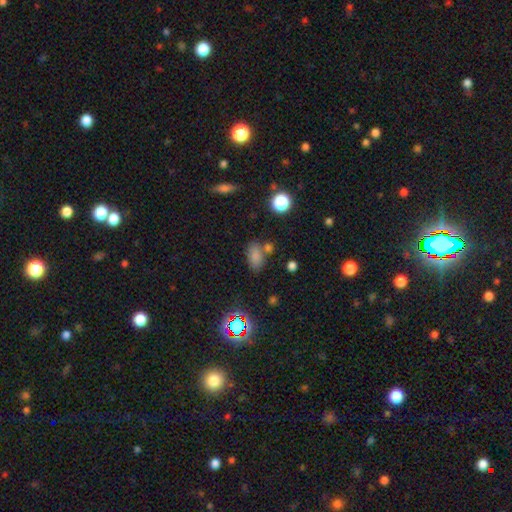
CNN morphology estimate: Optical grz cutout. It shows a smooth galaxy with no disk features (73%) that is in between round and cigar-shaped (84%). Merging: none (62%).